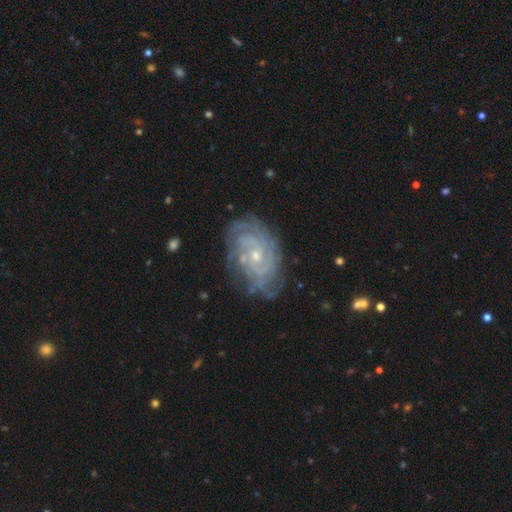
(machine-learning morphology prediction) Smooth or featured? featured or disk (86%)
Edge-on disk? no (96%)
Bar? no (66%)
Spiral arms? yes (96%)
Spiral winding? tight (76%)
Spiral arm count? can't tell (34%)
Bulge size? small (68%)
Merging? none (76%)